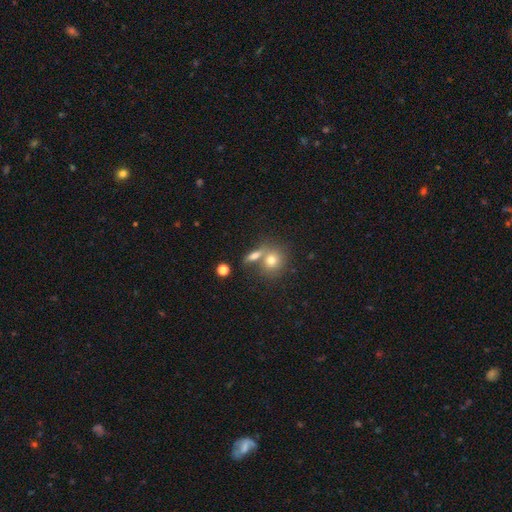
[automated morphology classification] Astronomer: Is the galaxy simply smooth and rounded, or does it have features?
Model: smooth — 67%.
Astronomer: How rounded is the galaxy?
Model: round — 64%.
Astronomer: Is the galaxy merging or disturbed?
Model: none — 49% (runner-up: merger, 39%).